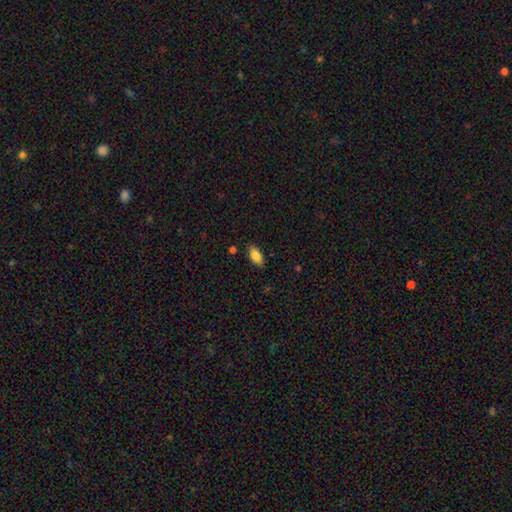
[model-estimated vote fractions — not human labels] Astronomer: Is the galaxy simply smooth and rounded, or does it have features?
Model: smooth — 85%.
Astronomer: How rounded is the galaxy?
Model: in between — 90%.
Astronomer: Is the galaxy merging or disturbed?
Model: none — 86%.